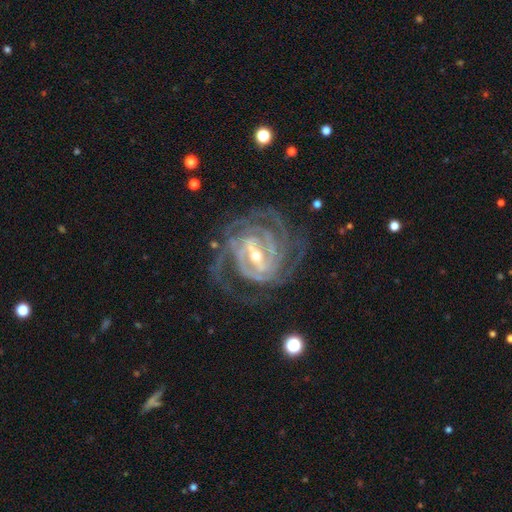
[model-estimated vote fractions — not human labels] This appears to be a featured or disk galaxy (93%) with a strong bar (62%), 3 (26%) tight (69%) spiral arms (98%) and a small central bulge (55%). Merging: none (70%).